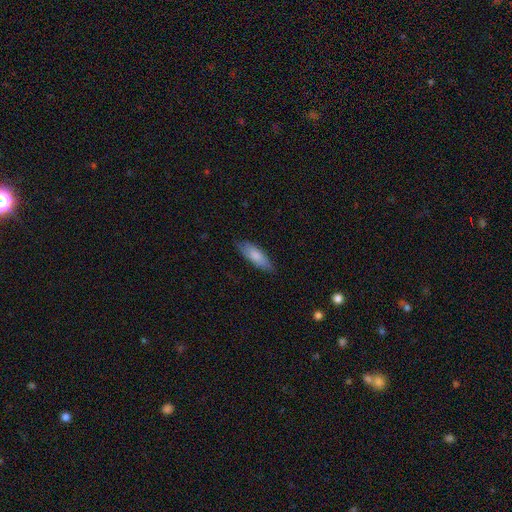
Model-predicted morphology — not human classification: type=smooth (79%); roundness=in between (61%); merging=none (81%).